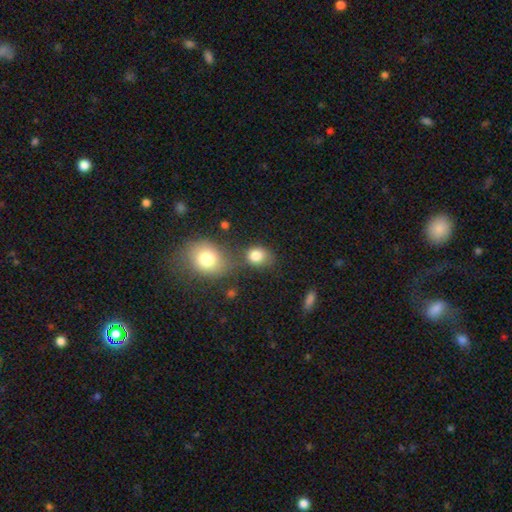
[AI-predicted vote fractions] This is clearly a smooth galaxy (83%). How rounded: possibly round (53%). Merging: possibly none (52%).